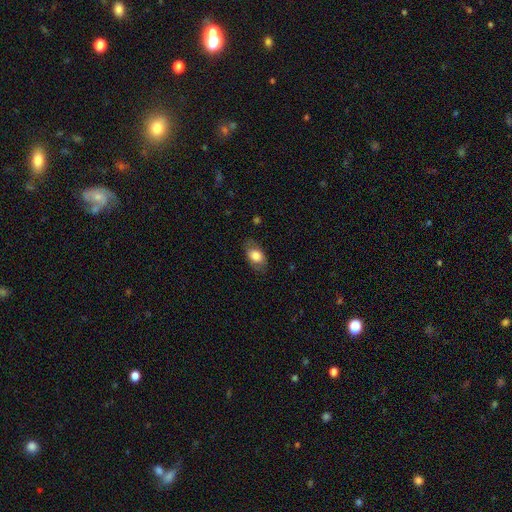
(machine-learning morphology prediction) This appears to be a smooth galaxy with no disk features (75%) that is in between round and cigar-shaped (88%). Merging: none (77%).